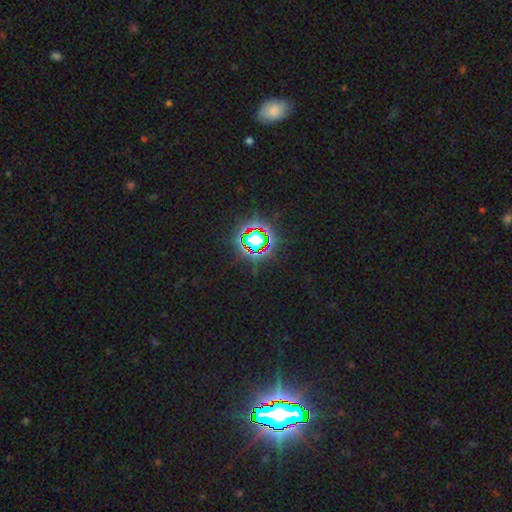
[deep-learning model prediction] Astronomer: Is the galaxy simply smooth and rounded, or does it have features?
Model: star or artifact — 82%.